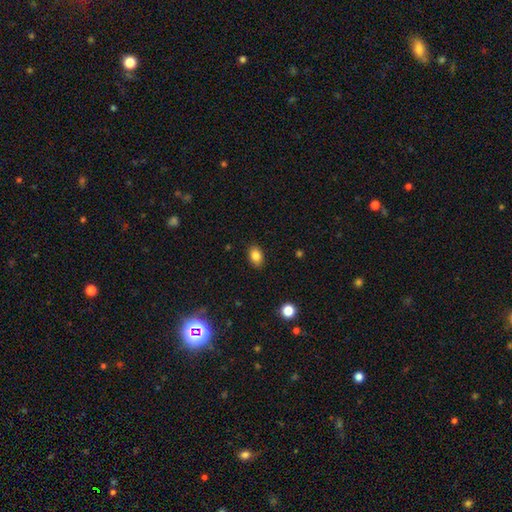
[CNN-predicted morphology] Q: Smooth or featured?
A: smooth (84%); runner-up: star or artifact (10%)
Q: How rounded?
A: in between (81%); runner-up: round (18%)
Q: Merging?
A: none (88%); runner-up: minor disturbance (9%)